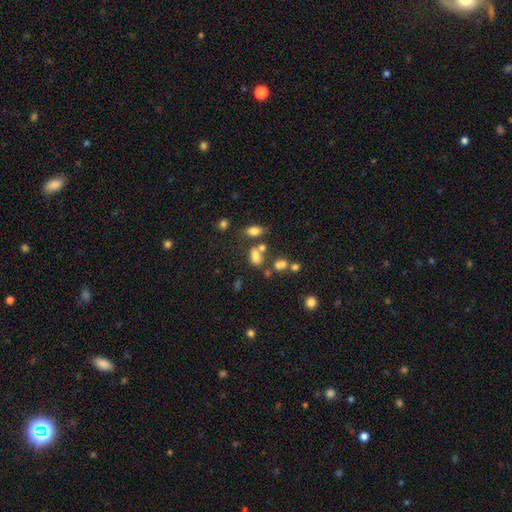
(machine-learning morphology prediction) Smooth or featured?
  - smooth: 69% *
  - star or artifact: 18%
  - featured or disk: 13%
How rounded?
  - in between: 79% *
  - round: 18%
  - cigar-shaped: 3%
Merging?
  - none: 45% *
  - merger: 32%
  - minor disturbance: 14%
  - major disturbance: 8%